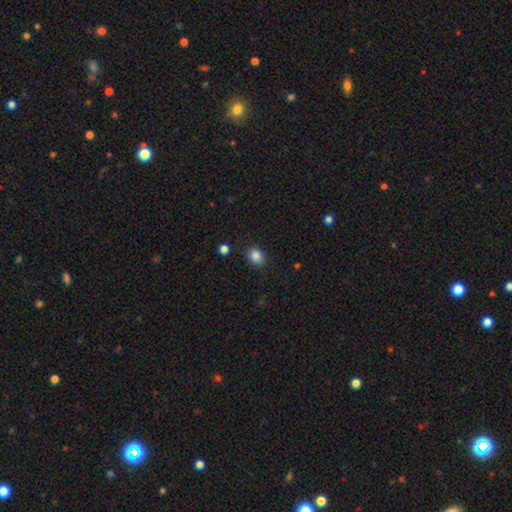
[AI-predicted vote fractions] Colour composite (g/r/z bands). It shows a smooth galaxy with no disk features (86%) that is in between round and cigar-shaped (54%). Merging: none (84%).